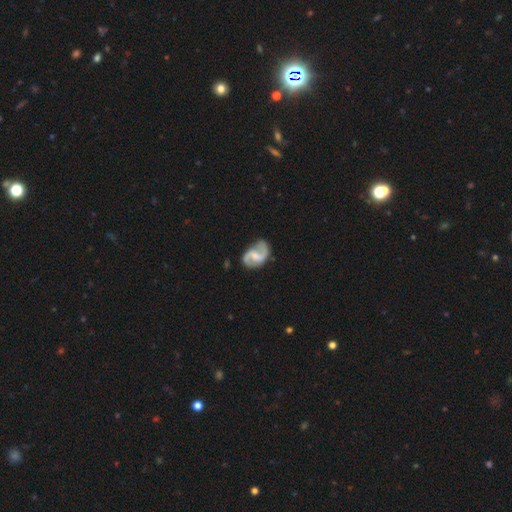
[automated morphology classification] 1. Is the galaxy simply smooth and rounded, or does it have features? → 84% featured or disk, 11% smooth, 5% star or artifact.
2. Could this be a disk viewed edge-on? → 98% no, 2% yes.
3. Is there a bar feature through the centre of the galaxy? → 53% weak, 25% no, 23% strong.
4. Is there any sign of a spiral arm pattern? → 95% yes, 5% no.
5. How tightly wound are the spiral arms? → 45% medium, 43% loose, 12% tight.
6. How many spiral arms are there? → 92% 2, 3% can't tell, 2% 1, 1% 3, 1% 4, 1% more than 4.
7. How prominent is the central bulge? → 34% small, 31% moderate, 29% none, 5% large, 1% dominant.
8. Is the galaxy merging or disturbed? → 73% none, 18% minor disturbance, 6% major disturbance, 2% merger.